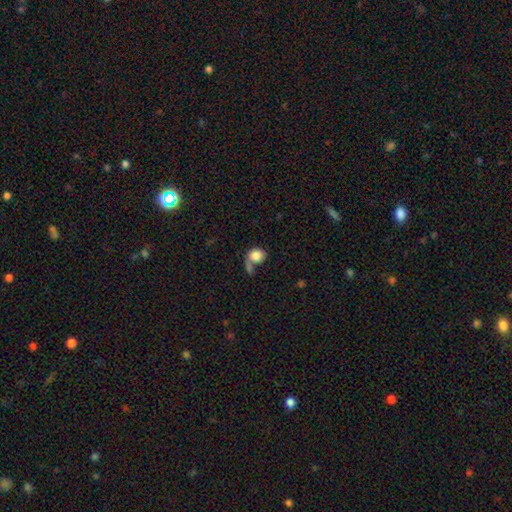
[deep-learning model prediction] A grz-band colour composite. It shows a smooth galaxy with no disk features (81%) that is round (67%). Merging: none (37%).